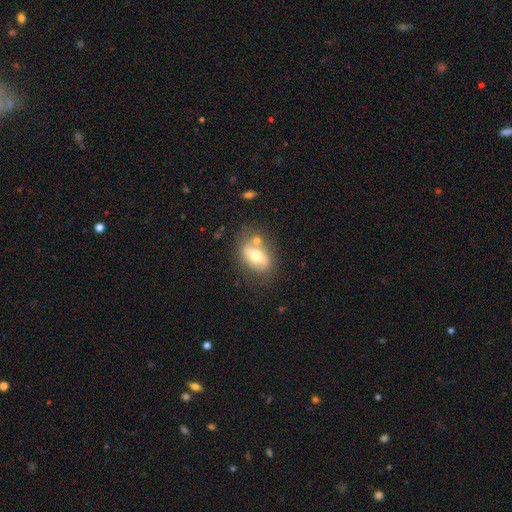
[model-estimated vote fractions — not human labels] Smooth or featured? smooth (52%)
How rounded? in between (80%)
Merging? none (59%)